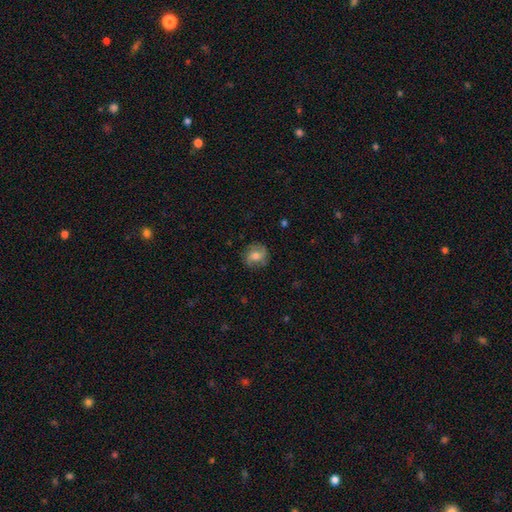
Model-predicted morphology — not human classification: This is possibly a smooth galaxy (52%). How rounded: clearly round (82%). Merging: clearly none (80%).